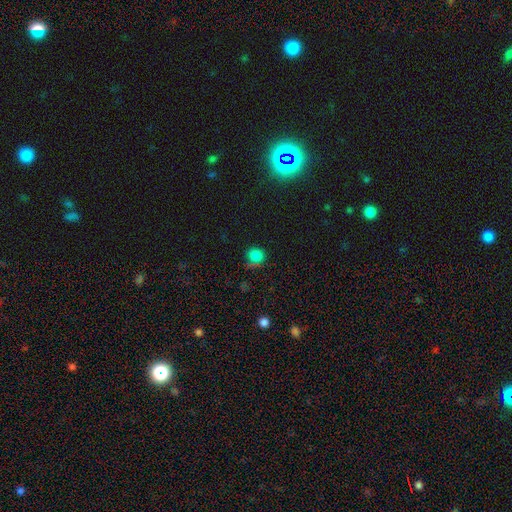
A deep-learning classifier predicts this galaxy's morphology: Smooth or featured?
  - smooth: 77% *
  - star or artifact: 17%
  - featured or disk: 6%
How rounded?
  - round: 81% *
  - in between: 18%
  - cigar-shaped: 1%
Merging?
  - none: 67% *
  - minor disturbance: 18%
  - major disturbance: 8%
  - merger: 7%